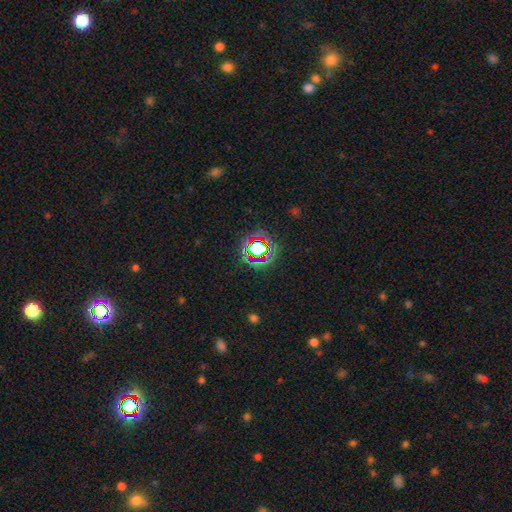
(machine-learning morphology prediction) A star or artifact, not a galaxy (66%).